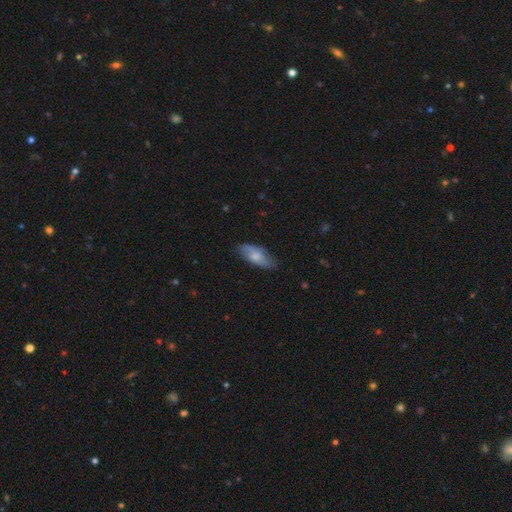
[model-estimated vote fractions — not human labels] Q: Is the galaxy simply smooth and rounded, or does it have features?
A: smooth — 63%.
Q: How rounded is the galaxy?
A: in between — 83%.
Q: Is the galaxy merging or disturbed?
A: none — 71%.